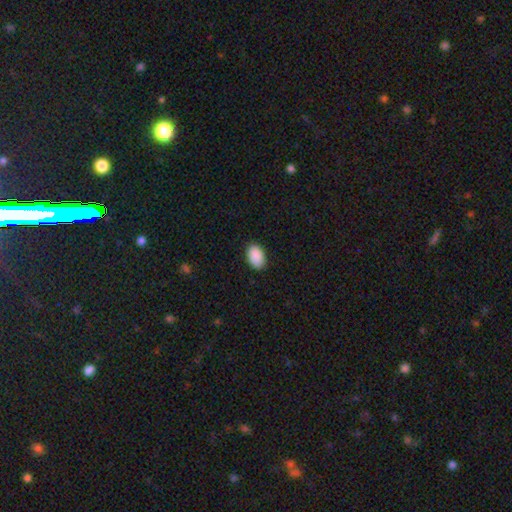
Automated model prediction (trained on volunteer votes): A smooth galaxy with no disk features (91%) that is in between round and cigar-shaped (92%).

Vote fractions:
- Smooth or featured? smooth: 91% / star or artifact: 7% / featured or disk: 2%
- How rounded? in between: 92% / round: 7% / cigar-shaped: 1%
- Merging? none: 89% / minor disturbance: 8% / major disturbance: 2% / merger: 1%